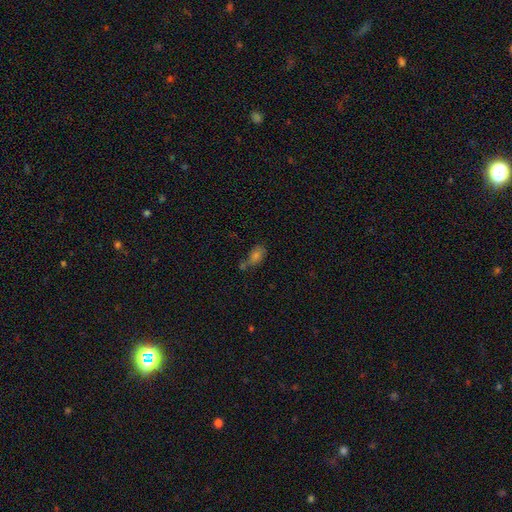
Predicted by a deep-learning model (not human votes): smooth 60%, star or artifact 24%, featured or disk 16%. Down the decision tree: how rounded — in between (80%); merging — none (53%).